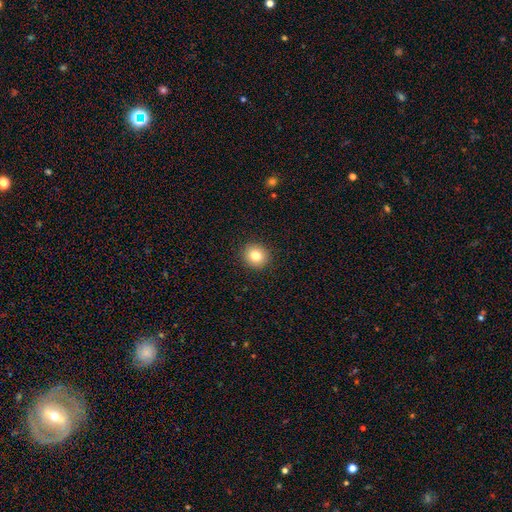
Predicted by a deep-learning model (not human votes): smooth-or-featured: smooth: 81% | star or artifact: 11% | featured or disk: 8%
  how-rounded: round: 87% | in between: 12% | cigar-shaped: 1%
  merging: none: 91% | minor disturbance: 6% | major disturbance: 2% | merger: 1%